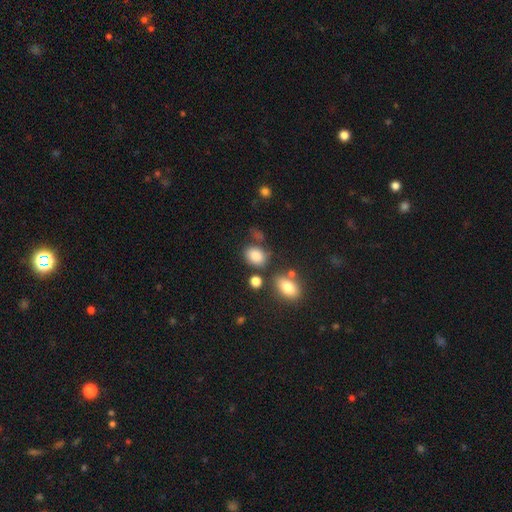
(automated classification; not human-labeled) smooth_or_featured: smooth (p=0.83) [alt: star or artifact p=0.11]
how_rounded: in between (p=0.63) [alt: round p=0.36]
merging: none (p=0.66) [alt: minor disturbance p=0.18]